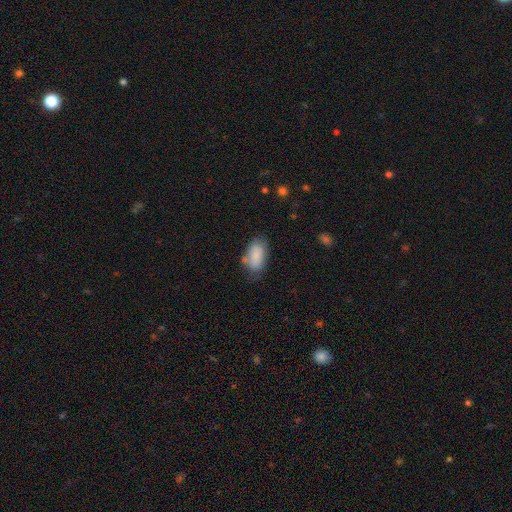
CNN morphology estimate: type=smooth (83%); roundness=in between (93%); merging=none (58%).